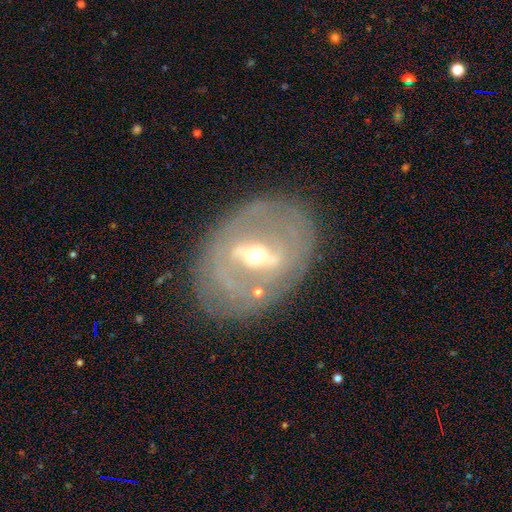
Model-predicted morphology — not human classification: Smooth or featured? Predicted: featured or disk (p=0.80). Edge-on disk? Predicted: no (p=0.89). Bar? Predicted: strong (p=0.61). Spiral arms? Predicted: yes (p=0.55). Bulge size? Predicted: moderate (p=0.54). Merging? Predicted: none (p=0.79).